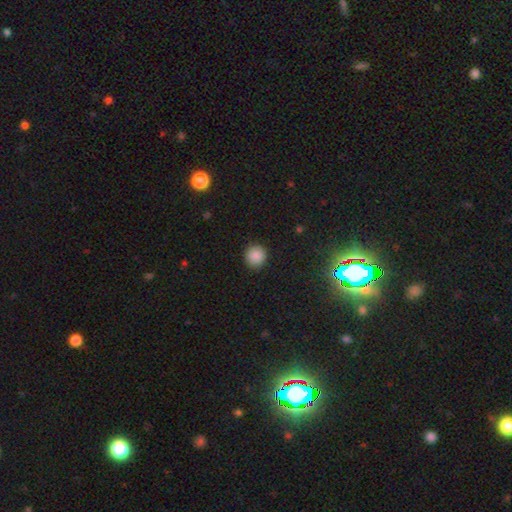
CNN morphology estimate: This is clearly a smooth galaxy (86%). How rounded: clearly round (92%). Merging: clearly none (91%).